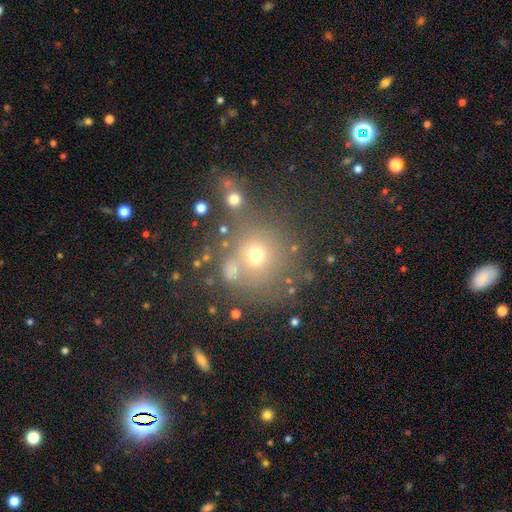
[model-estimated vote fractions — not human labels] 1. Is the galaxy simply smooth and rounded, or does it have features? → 60% smooth, 25% star or artifact, 15% featured or disk.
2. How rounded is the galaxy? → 86% round, 12% in between, 1% cigar-shaped.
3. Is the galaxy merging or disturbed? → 63% none, 18% merger, 12% minor disturbance, 7% major disturbance.